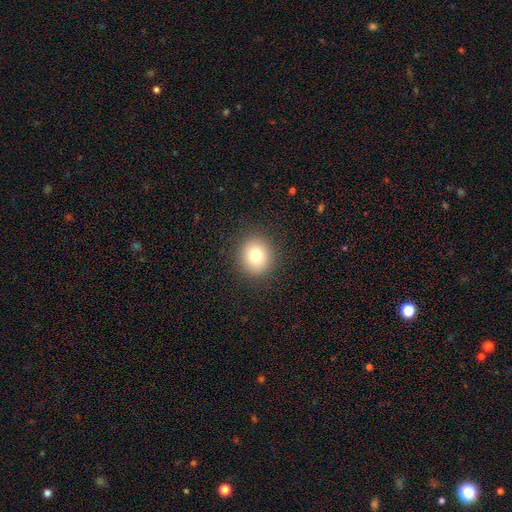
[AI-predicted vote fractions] This is likely a smooth galaxy (79%). How rounded: clearly round (81%). Merging: clearly none (89%).